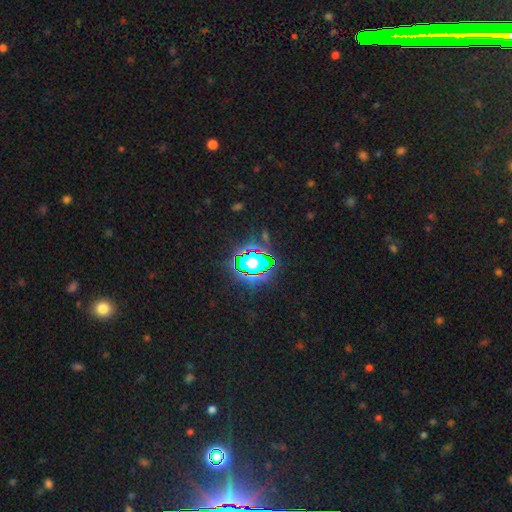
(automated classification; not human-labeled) star or artifact 71%, smooth 18%, featured or disk 11%.